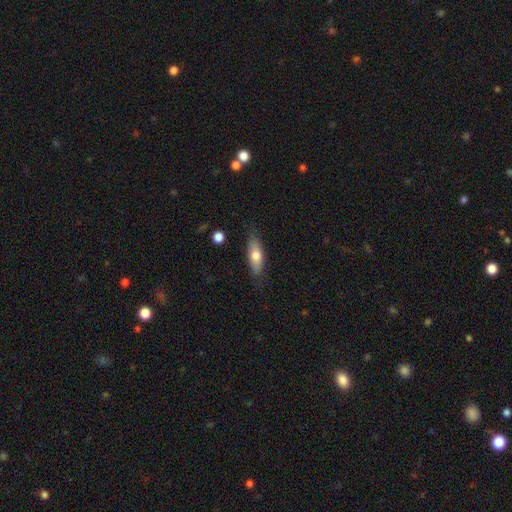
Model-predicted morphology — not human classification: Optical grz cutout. It shows a smooth galaxy with no disk features (67%) that is in between round and cigar-shaped (55%). Merging: none (82%).